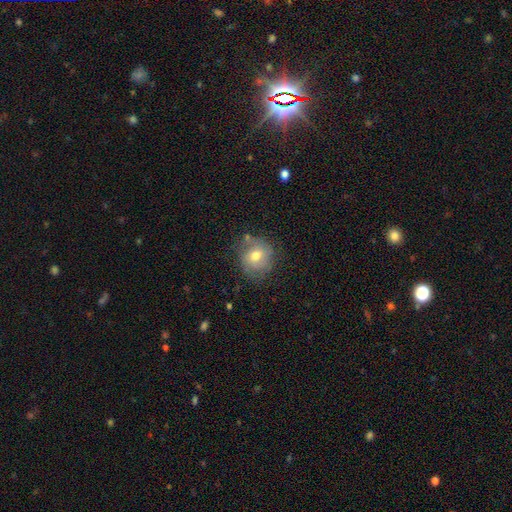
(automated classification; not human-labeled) Smooth or featured? smooth (65%)
How rounded? round (85%)
Merging? none (68%)